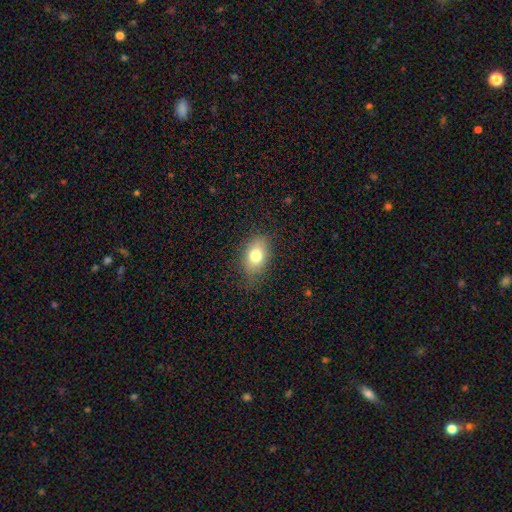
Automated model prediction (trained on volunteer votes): Morphology: type=smooth (75%); roundness=in between (82%); merging=none (80%).